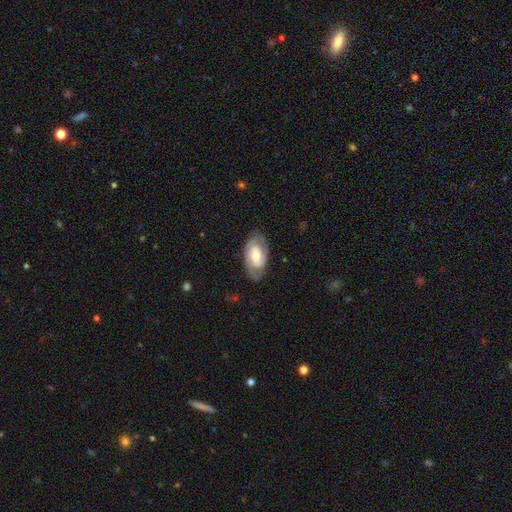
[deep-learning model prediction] Overall: featured or disk (66%; smooth 28%). Edge-on disk: no (94%). Bar: no (50%; weak 36%). Spiral arms: yes (81%). Spiral arm count: 2 (70%). Spiral winding: tight (47%; medium 39%). Bulge size: moderate (50%; small 41%). Merging: none (76%).